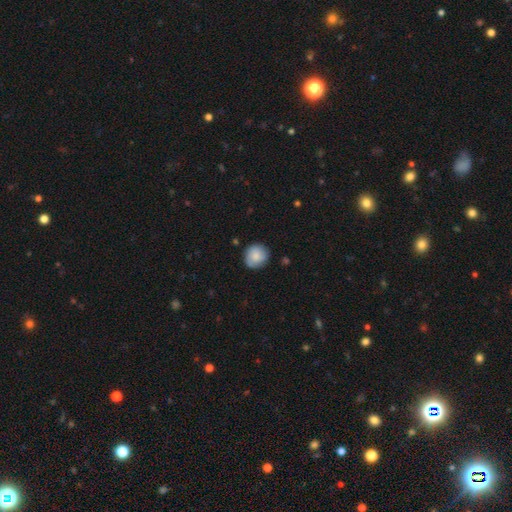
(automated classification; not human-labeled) This appears to be a smooth galaxy with no disk features (77%) that is round (88%). Merging: none (81%).